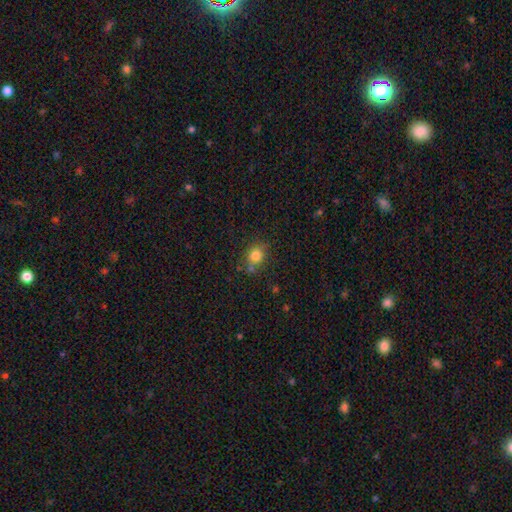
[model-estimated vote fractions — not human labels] A smooth galaxy with no disk features (80%) that is round (65%). Merging: none (72%).